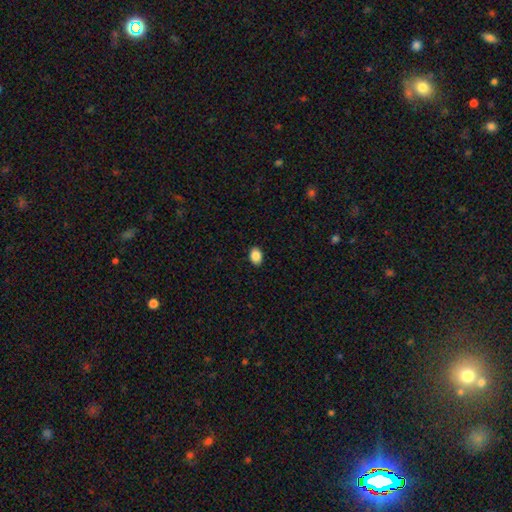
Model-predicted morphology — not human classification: Smooth or featured?
  - smooth: 88% *
  - star or artifact: 8%
  - featured or disk: 4%
How rounded?
  - in between: 78% *
  - round: 21%
  - cigar-shaped: 1%
Merging?
  - none: 90% *
  - minor disturbance: 7%
  - major disturbance: 2%
  - merger: 1%